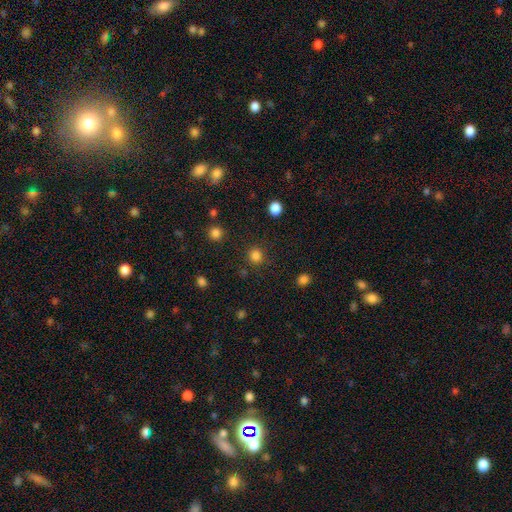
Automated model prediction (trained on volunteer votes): Smooth or featured?
  - smooth: 82% *
  - star or artifact: 14%
  - featured or disk: 4%
How rounded?
  - round: 92% *
  - in between: 7%
  - cigar-shaped: 1%
Merging?
  - none: 88% *
  - minor disturbance: 7%
  - major disturbance: 3%
  - merger: 2%